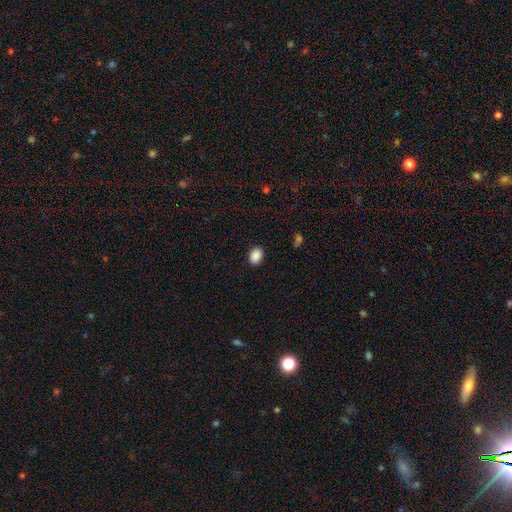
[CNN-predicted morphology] Smooth or featured?
  - smooth: 89% *
  - star or artifact: 8%
  - featured or disk: 3%
How rounded?
  - in between: 67% *
  - round: 32%
  - cigar-shaped: 1%
Merging?
  - none: 90% *
  - minor disturbance: 7%
  - major disturbance: 2%
  - merger: 1%